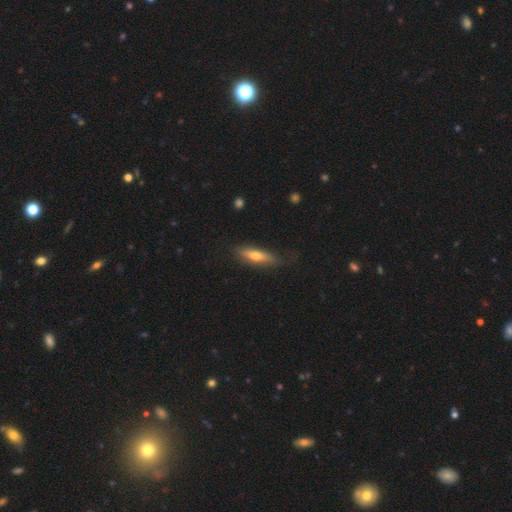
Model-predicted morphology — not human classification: This appears to be a smooth galaxy with no disk features (55%) that is cigar-shaped (70%). Merging: none (77%).